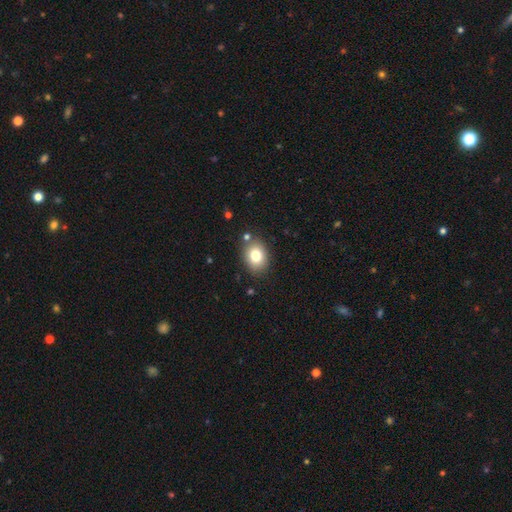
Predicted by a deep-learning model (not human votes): Overall: smooth (78%). How rounded: in between (60%; round 39%). Merging: none (82%).